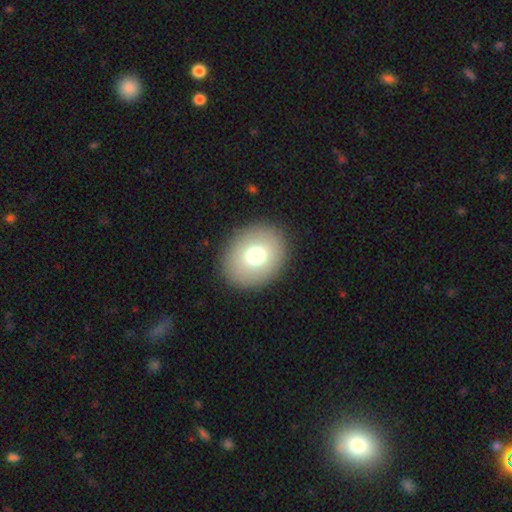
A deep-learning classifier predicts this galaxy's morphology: type=smooth (73%); roundness=round (54%); merging=none (89%).